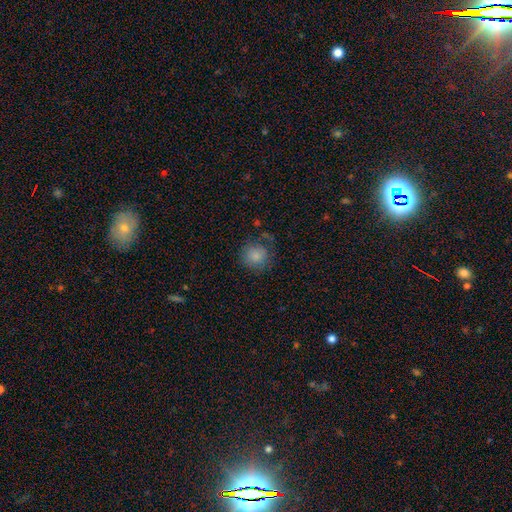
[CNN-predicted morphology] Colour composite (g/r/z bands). It shows a smooth galaxy with no disk features (84%) that is round (91%). Merging: none (73%).